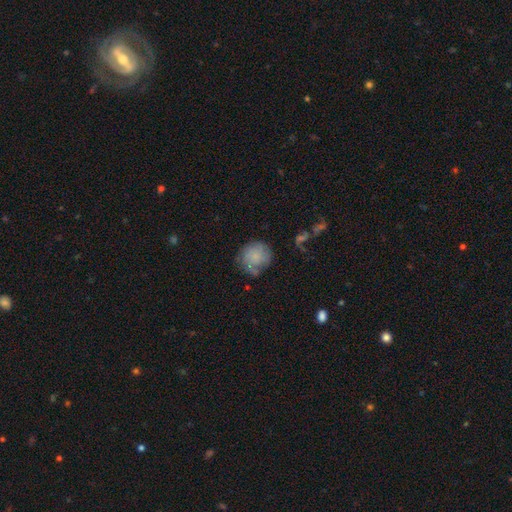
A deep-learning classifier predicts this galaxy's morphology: Smooth or featured? smooth (61%)
How rounded? round (87%)
Merging? none (57%)